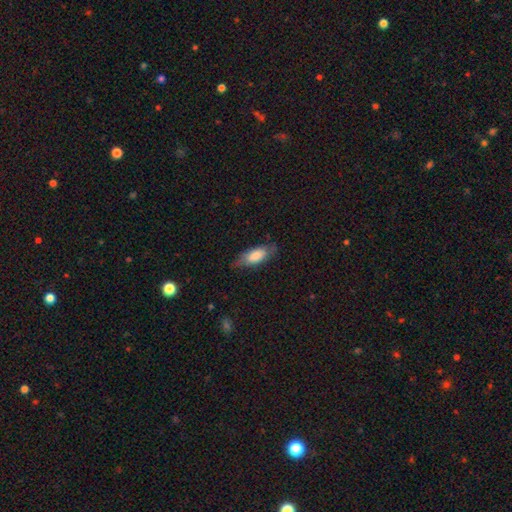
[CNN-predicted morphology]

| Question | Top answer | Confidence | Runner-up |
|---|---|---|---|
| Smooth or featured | smooth | 71% | featured or disk (22%) |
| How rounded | in between | 78% | cigar-shaped (20%) |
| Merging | none | 69% | minor disturbance (23%) |